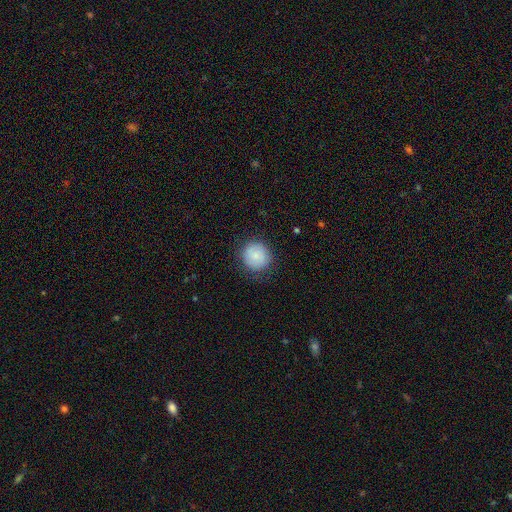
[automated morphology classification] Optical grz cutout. It shows a smooth galaxy with no disk features (83%) that is round (91%). Merging: none (83%).